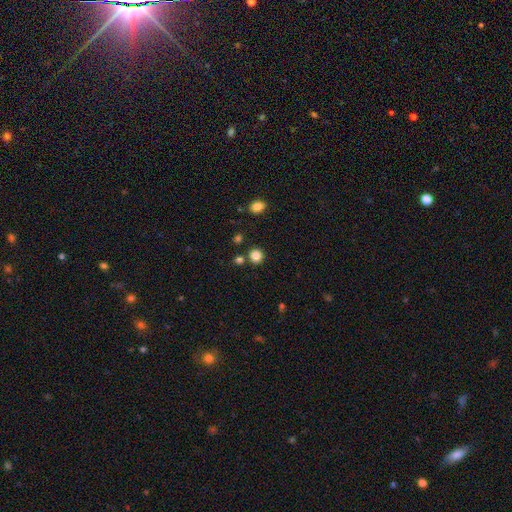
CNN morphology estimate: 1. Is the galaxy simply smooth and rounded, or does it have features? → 84% smooth, 12% star or artifact, 4% featured or disk.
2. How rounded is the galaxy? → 91% round, 8% in between, 1% cigar-shaped.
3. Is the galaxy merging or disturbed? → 82% none, 8% merger, 7% minor disturbance, 3% major disturbance.